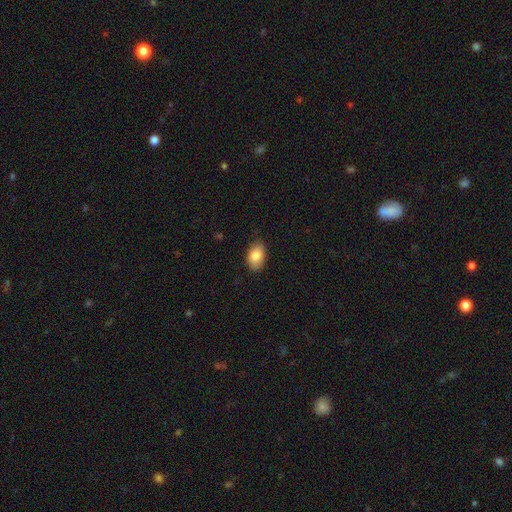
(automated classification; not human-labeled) A smooth galaxy with no disk features (85%) that is in between round and cigar-shaped (90%). Merging: none (81%).